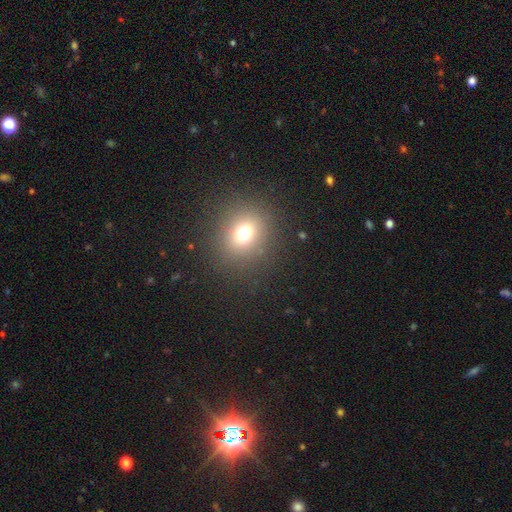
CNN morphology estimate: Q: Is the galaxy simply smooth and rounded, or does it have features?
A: smooth — 61%.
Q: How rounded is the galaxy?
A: round — 78%.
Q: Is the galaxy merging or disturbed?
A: none — 91%.